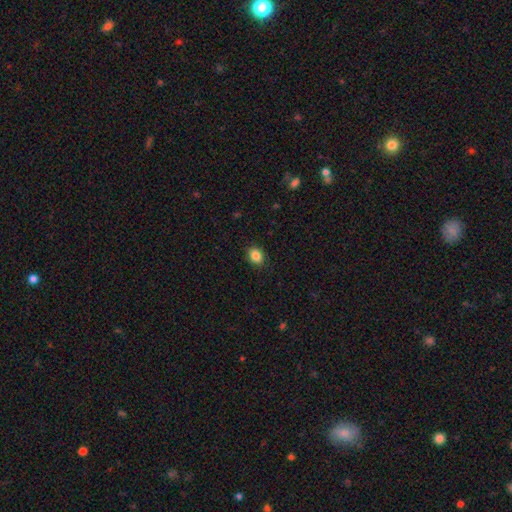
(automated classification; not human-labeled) Smooth or featured? smooth (86%)
How rounded? round (52%)
Merging? none (89%)